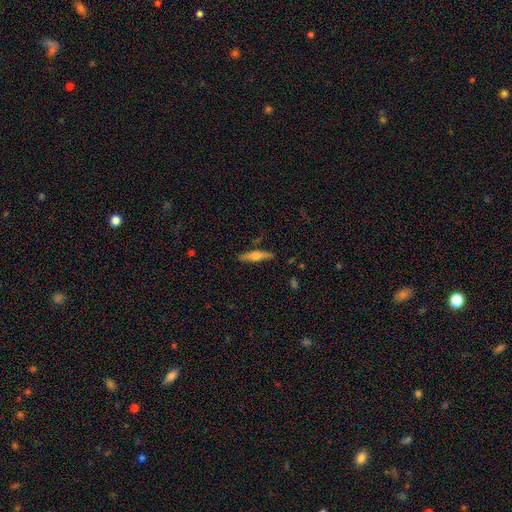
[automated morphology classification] Q: Smooth or featured?
A: featured or disk (56%); runner-up: smooth (38%)
Q: Edge-on disk?
A: yes (95%); runner-up: no (5%)
Q: Edge-on bulge?
A: rounded (91%); runner-up: boxy (6%)
Q: Merging?
A: none (87%); runner-up: minor disturbance (9%)